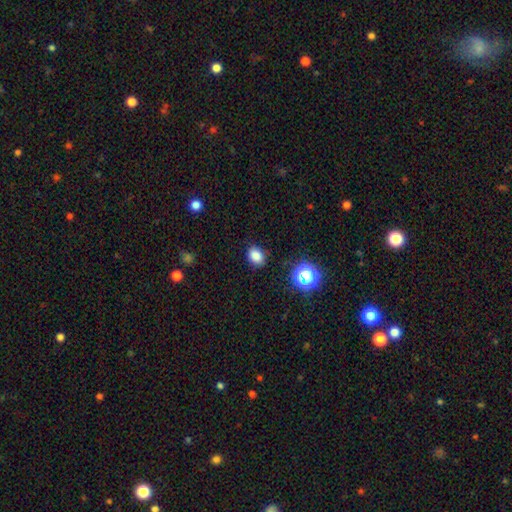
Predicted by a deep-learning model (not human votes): smooth 82%, star or artifact 13%, featured or disk 5%. Down the decision tree: how rounded — in between (63%); merging — none (85%).